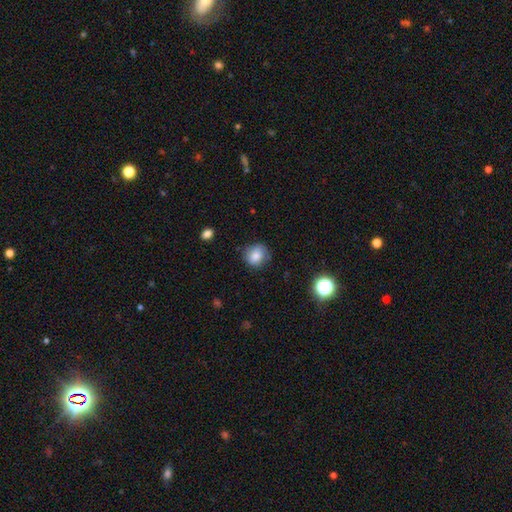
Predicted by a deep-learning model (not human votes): A smooth galaxy with no disk features (80%) that is round (77%).

Vote fractions:
- Smooth or featured? smooth: 80% / featured or disk: 10% / star or artifact: 10%
- How rounded? round: 77% / in between: 22% / cigar-shaped: 1%
- Merging? none: 74% / minor disturbance: 20% / major disturbance: 5% / merger: 2%